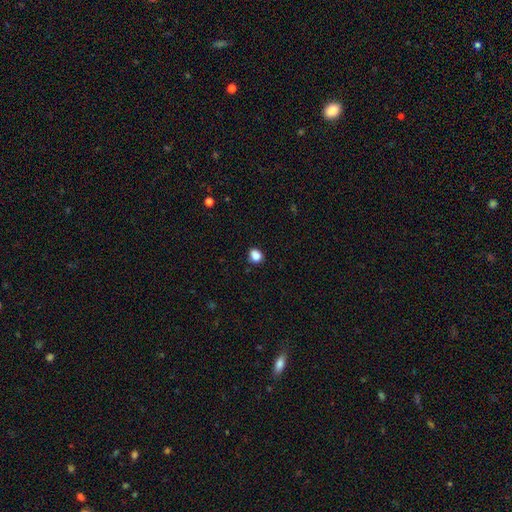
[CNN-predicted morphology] Smooth or featured?
  - smooth: 85% *
  - star or artifact: 11%
  - featured or disk: 4%
How rounded?
  - round: 66% *
  - in between: 33%
  - cigar-shaped: 1%
Merging?
  - none: 80% *
  - minor disturbance: 14%
  - major disturbance: 3%
  - merger: 3%